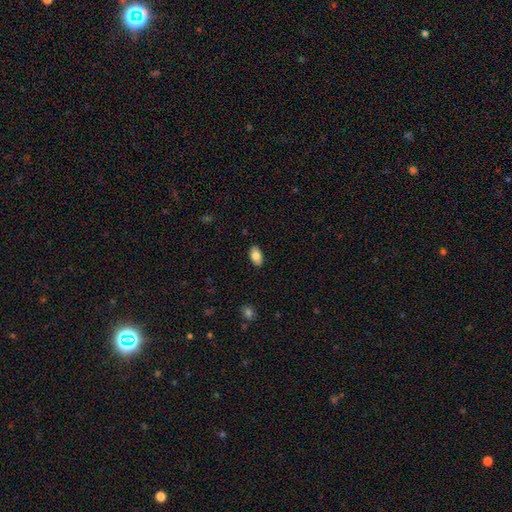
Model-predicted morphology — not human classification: Overall: smooth (81%). How rounded: in between (92%). Merging: none (88%).